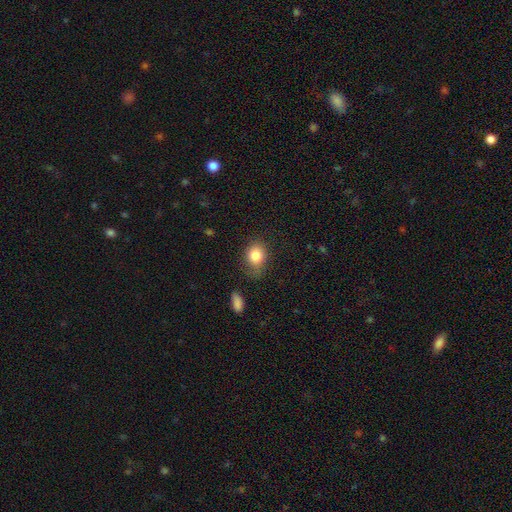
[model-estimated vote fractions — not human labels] A smooth galaxy with no disk features (83%) that is round (50%).

Vote fractions:
- Smooth or featured? smooth: 83% / star or artifact: 9% / featured or disk: 8%
- How rounded? round: 50% / in between: 49% / cigar-shaped: 1%
- Merging? none: 61% / minor disturbance: 26% / major disturbance: 10% / merger: 3%